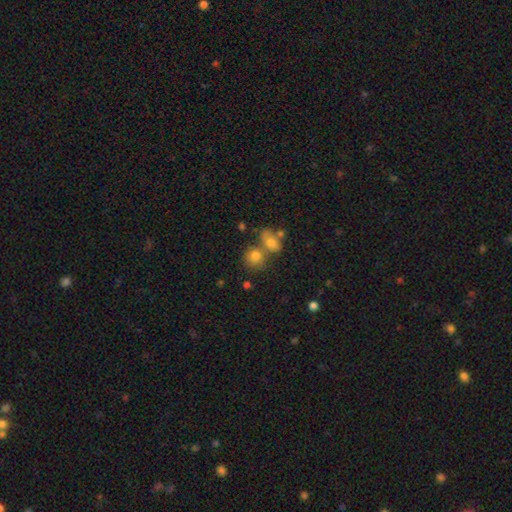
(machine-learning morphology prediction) A smooth galaxy with no disk features (73%) that is round (75%). Merging: none (47%).